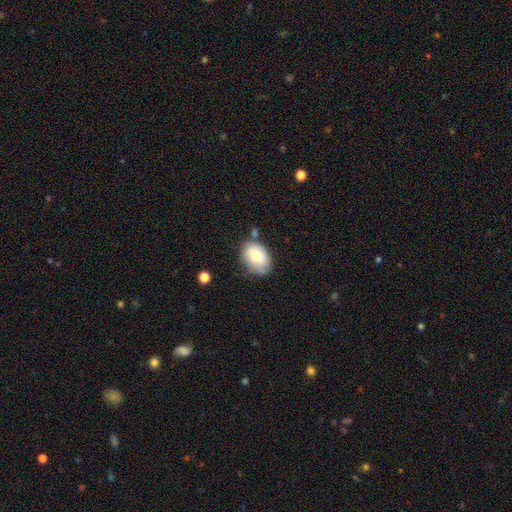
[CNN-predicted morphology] The model was most divided on "merging": none: 61%, minor disturbance: 26%, merger: 8%, major disturbance: 6%. More confident: how rounded — in between (78%); smooth or featured — smooth (72%).